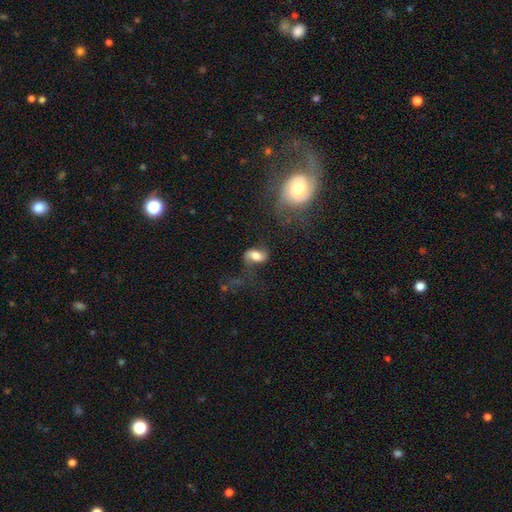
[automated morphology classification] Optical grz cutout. It shows a smooth galaxy with no disk features (50%) that is in between round and cigar-shaped (85%). Merging: none (53%).